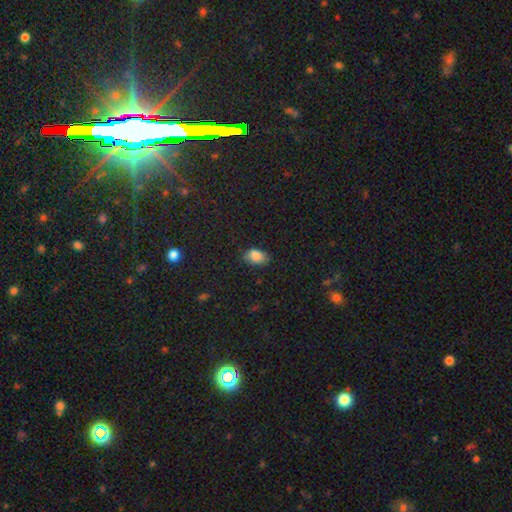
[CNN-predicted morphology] Smooth or featured? Predicted: smooth (p=0.85). How rounded? Predicted: in between (p=0.89). Merging? Predicted: none (p=0.76).